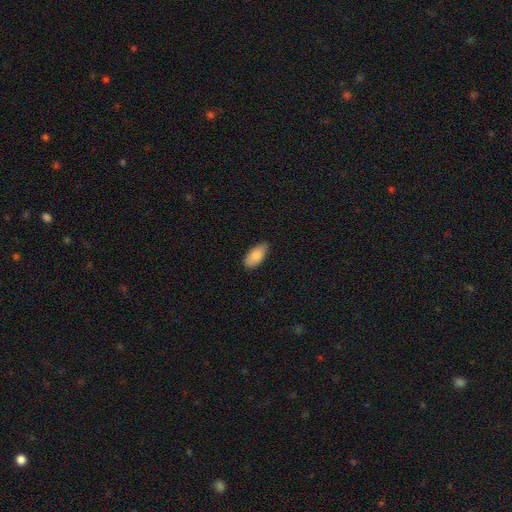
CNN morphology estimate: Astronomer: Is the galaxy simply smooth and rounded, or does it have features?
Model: smooth — 87%.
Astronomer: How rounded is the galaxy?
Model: in between — 91%.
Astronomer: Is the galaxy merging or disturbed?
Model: none — 68%.